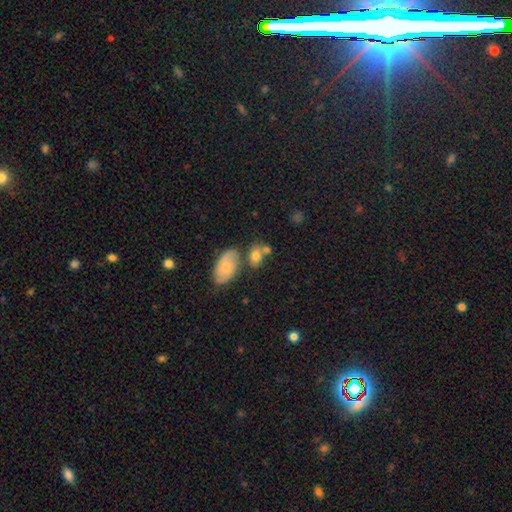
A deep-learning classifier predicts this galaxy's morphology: This appears to be a smooth galaxy with no disk features (76%) that is in between round and cigar-shaped (63%). Merging: none (50%).